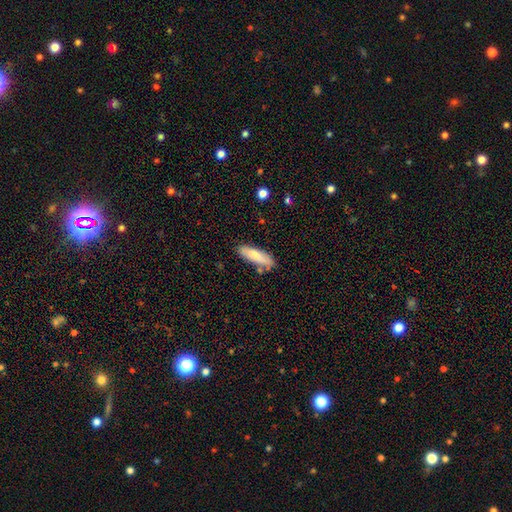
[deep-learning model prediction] Smooth or featured?
  - smooth: 78% *
  - featured or disk: 16%
  - star or artifact: 6%
How rounded?
  - cigar-shaped: 53% *
  - in between: 45%
  - round: 2%
Merging?
  - none: 76% *
  - minor disturbance: 16%
  - merger: 5%
  - major disturbance: 3%